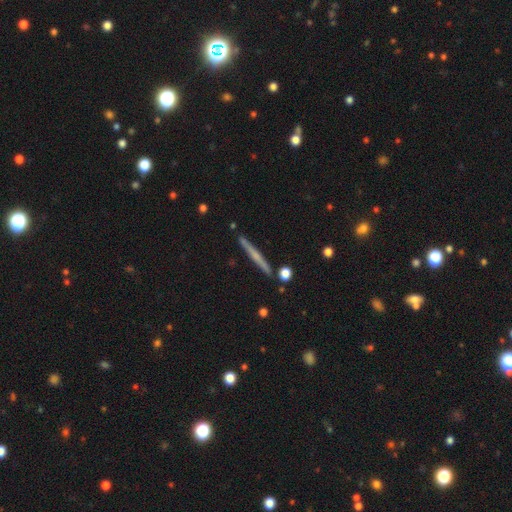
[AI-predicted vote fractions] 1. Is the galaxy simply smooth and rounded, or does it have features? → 55% featured or disk, 39% smooth, 7% star or artifact.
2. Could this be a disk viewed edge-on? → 97% yes, 3% no.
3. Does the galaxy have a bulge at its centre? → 59% none, 34% rounded, 7% boxy.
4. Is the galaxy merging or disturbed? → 88% none, 8% minor disturbance, 3% merger, 2% major disturbance.